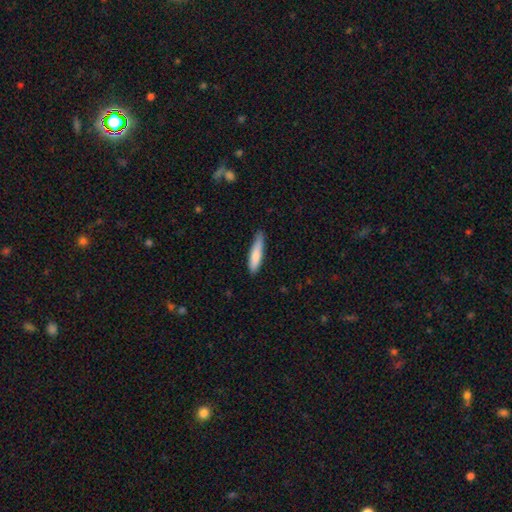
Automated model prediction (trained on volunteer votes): This appears to be a smooth galaxy with no disk features (79%) that is cigar-shaped (78%). Merging: none (70%).